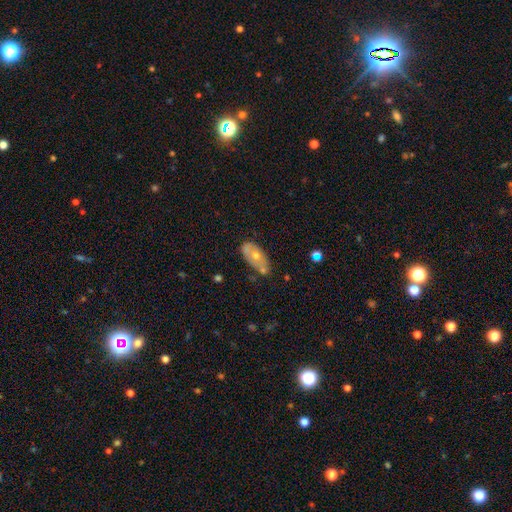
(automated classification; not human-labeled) Overall: smooth (49%; featured or disk 44%). Merging: none (52%; minor disturbance 27%).